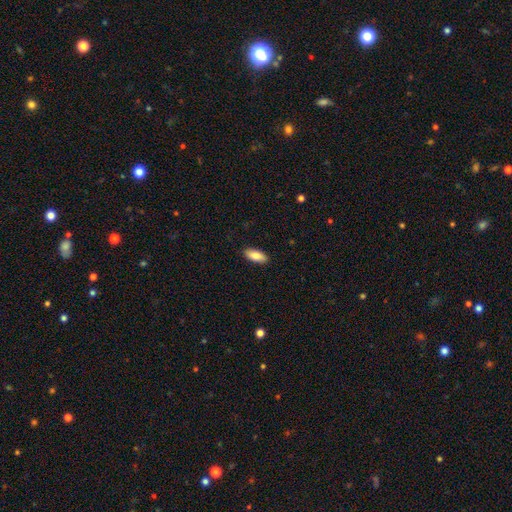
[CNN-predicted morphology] Smooth or featured: smooth — 85% (featured or disk — 9%)
How rounded: in between — 85% (cigar-shaped — 13%)
Merging: none — 89% (minor disturbance — 8%)